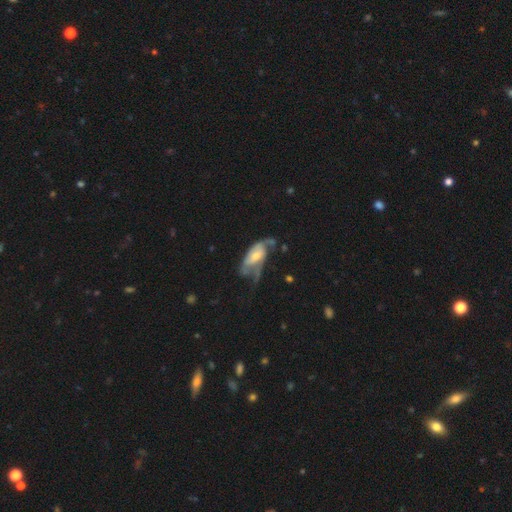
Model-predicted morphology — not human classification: A featured or disk galaxy (64%) with no bar (59%), spiral arms (73%) and a moderate central bulge (49%).

Vote fractions:
- Smooth or featured? featured or disk: 64% / smooth: 30% / star or artifact: 6%
- Edge-on disk? no: 91% / yes: 9%
- Bar? no: 59% / weak: 30% / strong: 11%
- Spiral arms? yes: 73% / no: 27%
- Bulge size? moderate: 49% / small: 38% / large: 8% / none: 3% / dominant: 1%
- Merging? major disturbance: 42% / none: 27% / minor disturbance: 24% / merger: 6%